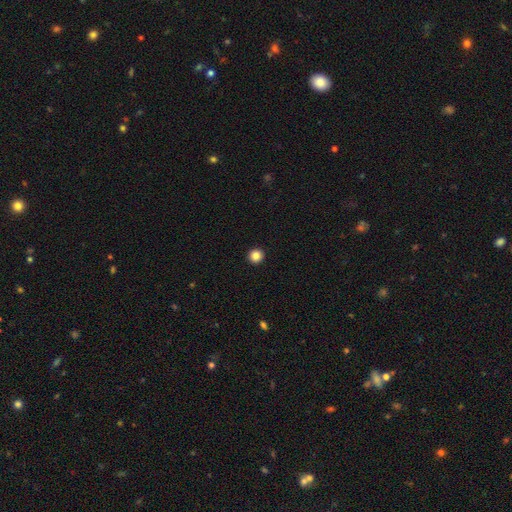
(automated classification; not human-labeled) Overall: smooth (85%). How rounded: round (95%). Merging: none (94%).